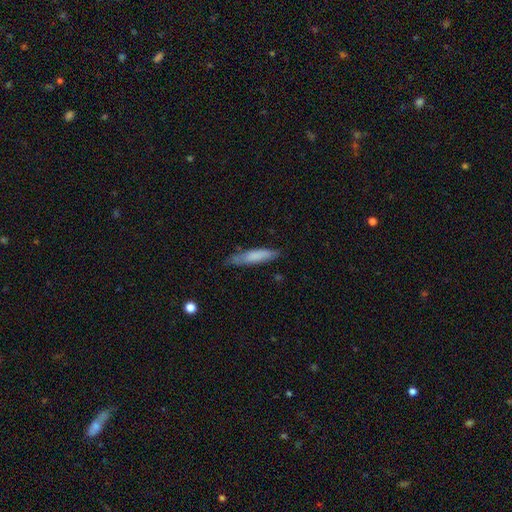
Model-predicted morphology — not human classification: The model was most divided on "merging": none: 74%, minor disturbance: 21%, major disturbance: 4%, merger: 2%. More confident: how rounded — cigar-shaped (82%); smooth or featured — smooth (75%).